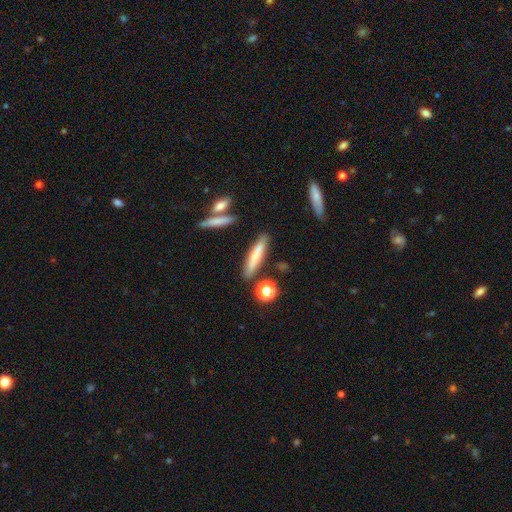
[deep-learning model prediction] Smooth or featured?
  - smooth: 66% *
  - featured or disk: 26%
  - star or artifact: 8%
How rounded?
  - cigar-shaped: 83% *
  - in between: 15%
  - round: 2%
Merging?
  - none: 80% *
  - minor disturbance: 10%
  - merger: 7%
  - major disturbance: 3%